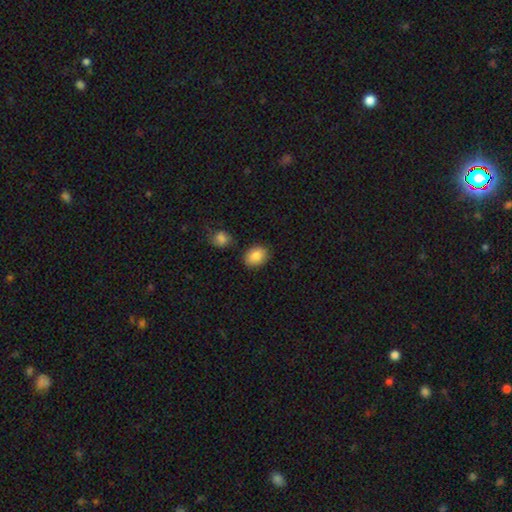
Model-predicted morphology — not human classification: Overall: smooth (86%). How rounded: in between (69%; round 30%). Merging: none (82%).